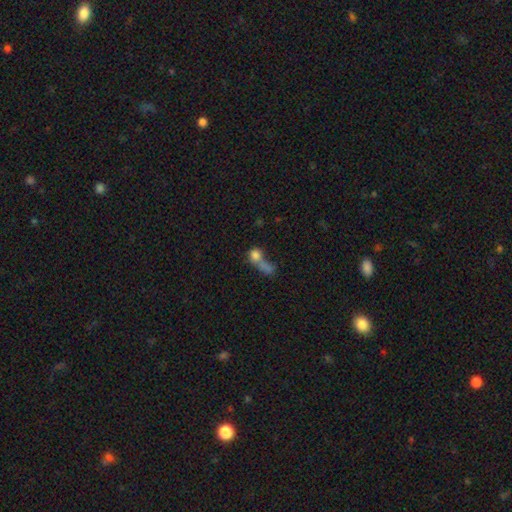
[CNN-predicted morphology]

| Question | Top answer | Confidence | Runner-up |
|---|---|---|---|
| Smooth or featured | smooth | 71% | featured or disk (17%) |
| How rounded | round | 64% | in between (30%) |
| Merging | merger | 54% | none (21%) |